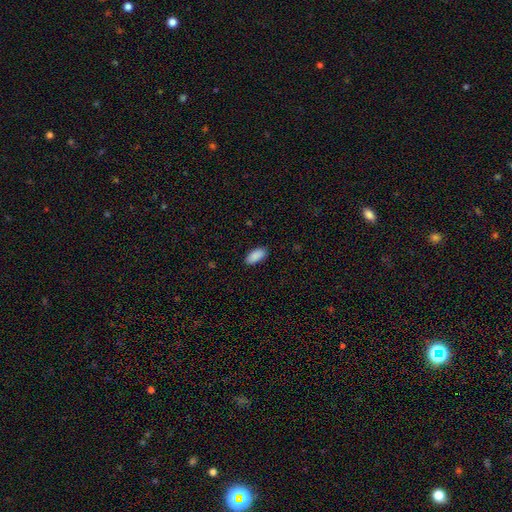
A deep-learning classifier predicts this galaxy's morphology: smooth_or_featured: smooth (p=0.91) [alt: star or artifact p=0.06]
how_rounded: in between (p=0.91) [alt: cigar-shaped p=0.07]
merging: none (p=0.88) [alt: minor disturbance p=0.09]